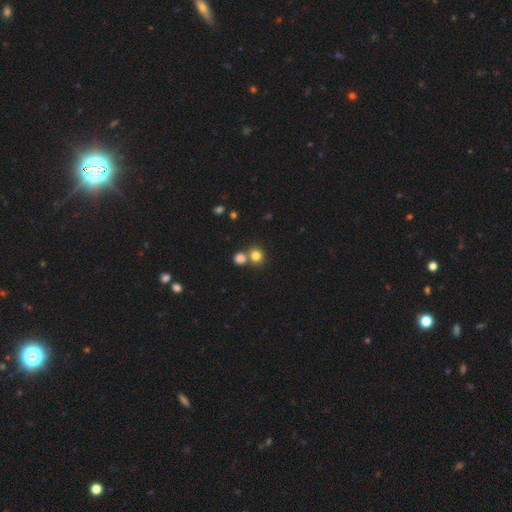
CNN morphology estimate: The model was most divided on "merging": none: 58%, merger: 33%, minor disturbance: 7%, major disturbance: 3%. More confident: how rounded — round (85%); smooth or featured — smooth (81%).